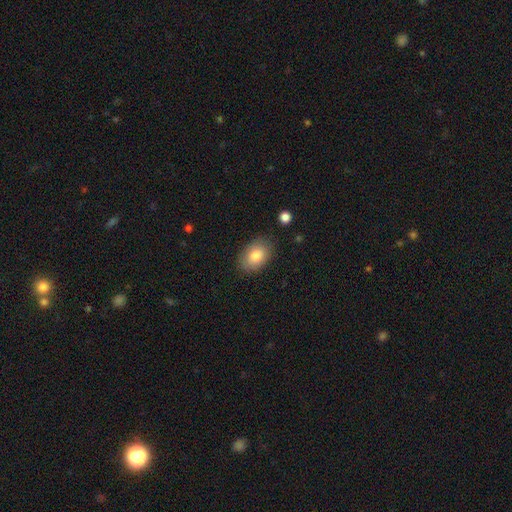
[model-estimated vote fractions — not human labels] Q: Smooth or featured?
A: smooth (83%); runner-up: featured or disk (10%)
Q: How rounded?
A: in between (86%); runner-up: round (12%)
Q: Merging?
A: none (83%); runner-up: minor disturbance (12%)